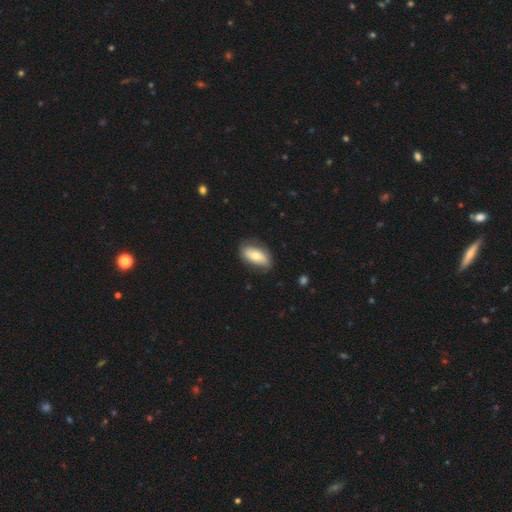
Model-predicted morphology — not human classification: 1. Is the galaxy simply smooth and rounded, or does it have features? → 66% smooth, 28% featured or disk, 6% star or artifact.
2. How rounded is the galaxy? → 88% in between, 8% cigar-shaped, 4% round.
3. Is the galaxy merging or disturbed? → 75% none, 19% minor disturbance, 4% major disturbance, 1% merger.